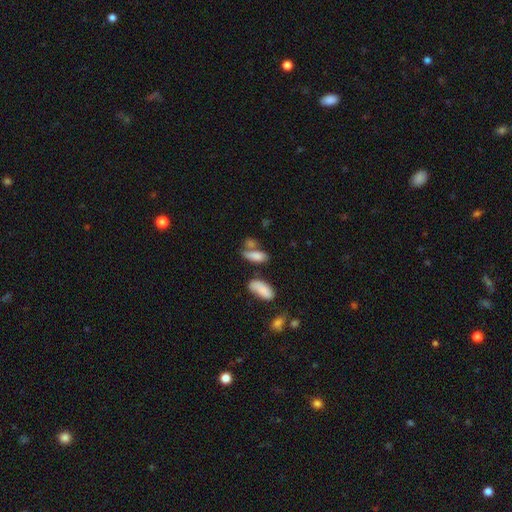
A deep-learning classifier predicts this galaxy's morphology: A smooth galaxy with no disk features (78%) that is in between round and cigar-shaped (73%). Merging: none (45%).